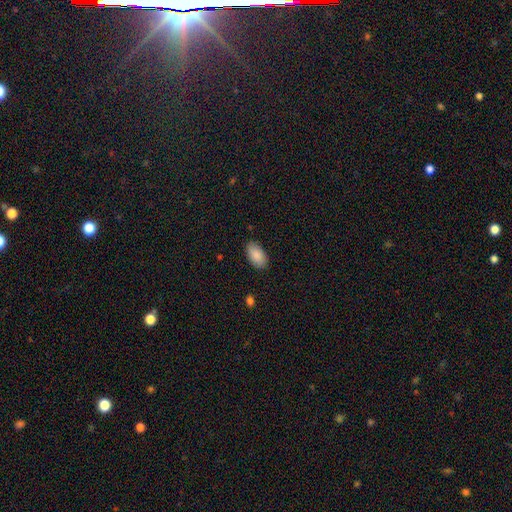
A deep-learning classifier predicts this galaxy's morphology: Q: Smooth or featured?
A: smooth (89%); runner-up: star or artifact (6%)
Q: How rounded?
A: in between (95%); runner-up: round (3%)
Q: Merging?
A: none (87%); runner-up: minor disturbance (10%)